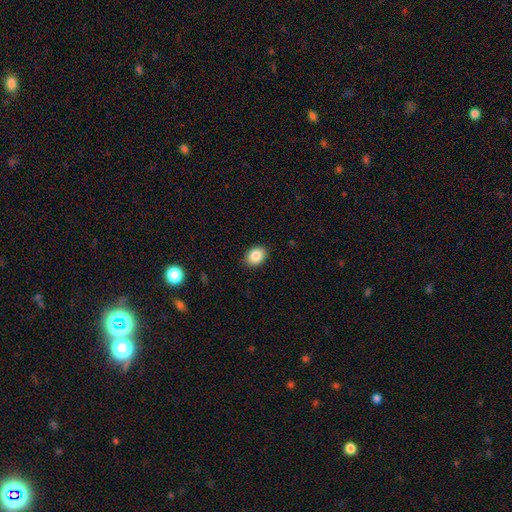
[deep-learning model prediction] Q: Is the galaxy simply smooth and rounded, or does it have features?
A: smooth — 86%.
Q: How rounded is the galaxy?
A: in between — 66%.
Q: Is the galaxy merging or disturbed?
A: none — 89%.